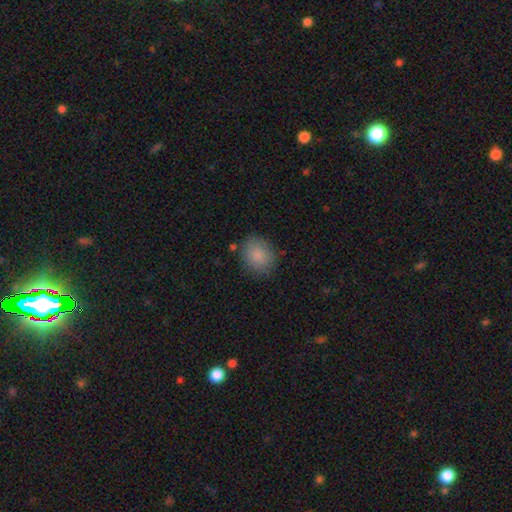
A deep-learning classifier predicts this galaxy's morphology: smooth_or_featured: smooth (p=0.86) [alt: star or artifact p=0.09]
how_rounded: round (p=0.59) [alt: in between p=0.40]
merging: none (p=0.82) [alt: minor disturbance p=0.13]